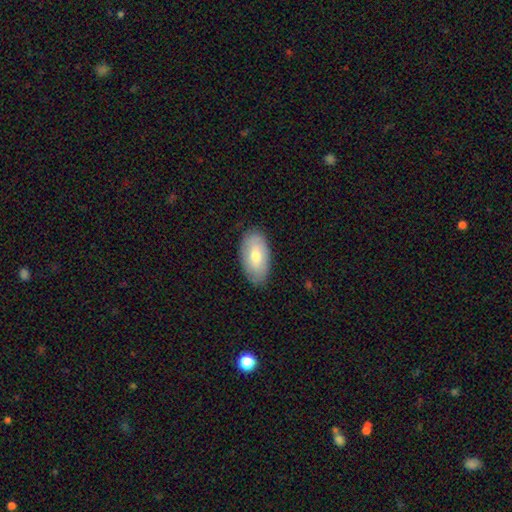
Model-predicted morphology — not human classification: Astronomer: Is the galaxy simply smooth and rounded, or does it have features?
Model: smooth — 67%.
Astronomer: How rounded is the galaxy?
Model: in between — 94%.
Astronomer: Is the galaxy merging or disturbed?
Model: none — 83%.